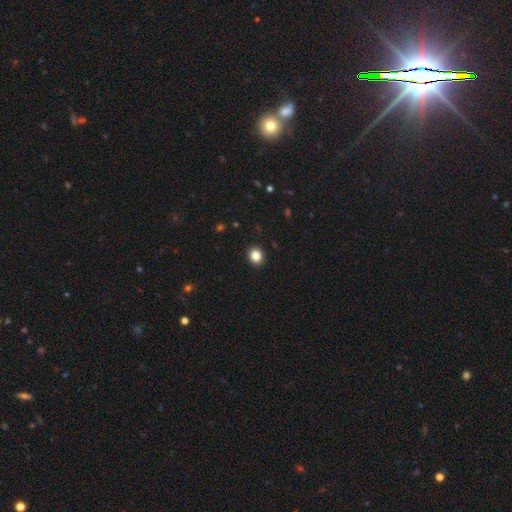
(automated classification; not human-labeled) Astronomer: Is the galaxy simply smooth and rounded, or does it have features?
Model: smooth — 85%.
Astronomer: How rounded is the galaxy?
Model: round — 69%.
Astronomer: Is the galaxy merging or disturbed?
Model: none — 92%.